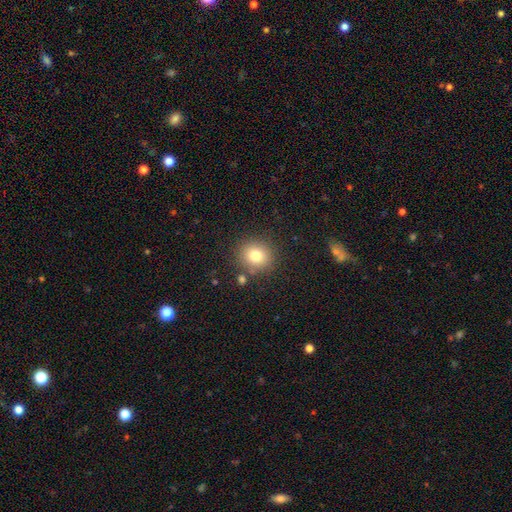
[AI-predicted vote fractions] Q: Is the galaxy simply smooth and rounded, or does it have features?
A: smooth — 79%.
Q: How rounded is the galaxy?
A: round — 83%.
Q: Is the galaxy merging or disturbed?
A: none — 83%.